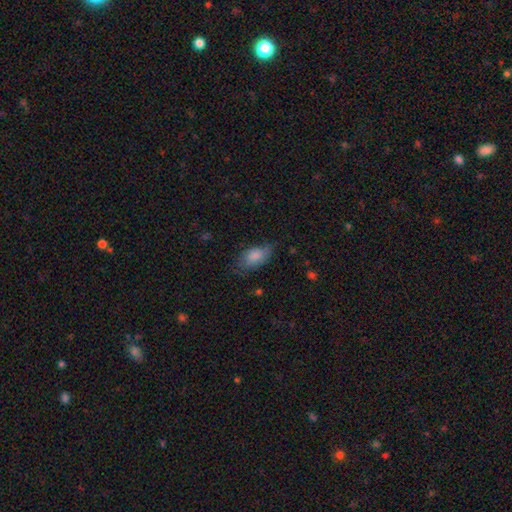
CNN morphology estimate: Smooth or featured: smooth — 78% (featured or disk — 14%)
How rounded: in between — 90% (cigar-shaped — 6%)
Merging: none — 66% (minor disturbance — 25%)